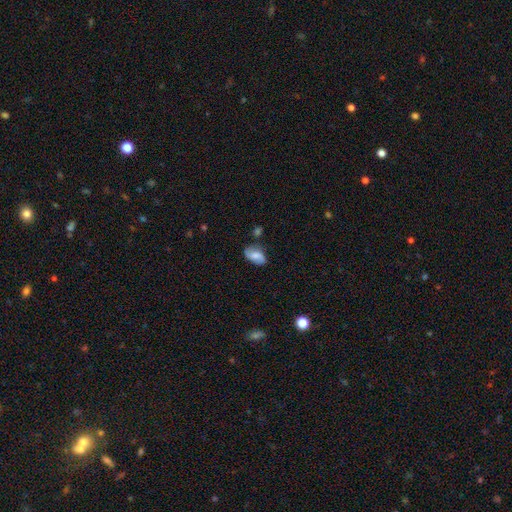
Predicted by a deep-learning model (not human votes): Smooth or featured?
  - smooth: 55% *
  - featured or disk: 37%
  - star or artifact: 9%
How rounded?
  - in between: 90% *
  - round: 8%
  - cigar-shaped: 2%
Merging?
  - none: 67% *
  - minor disturbance: 23%
  - major disturbance: 6%
  - merger: 5%